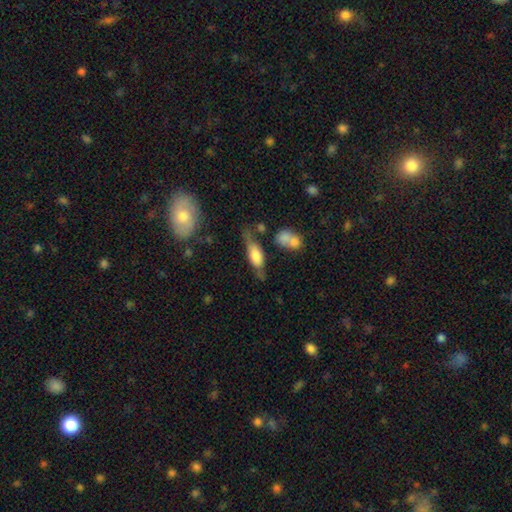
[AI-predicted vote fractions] The model was most divided on "merging": none: 48%, minor disturbance: 28%, major disturbance: 16%, merger: 9%. More confident: how rounded — in between (71%); smooth or featured — smooth (59%).